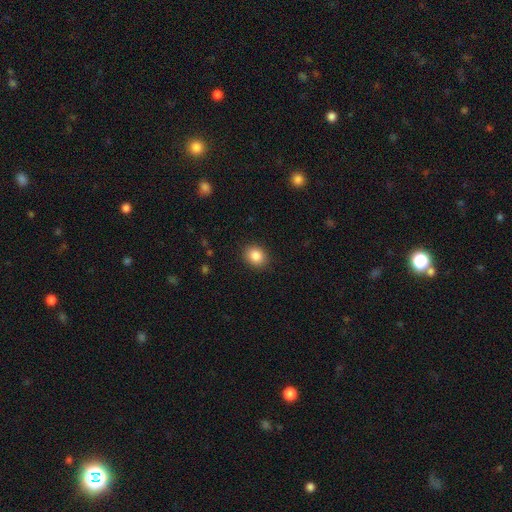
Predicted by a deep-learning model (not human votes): Smooth or featured? smooth (86%)
How rounded? round (61%)
Merging? none (89%)